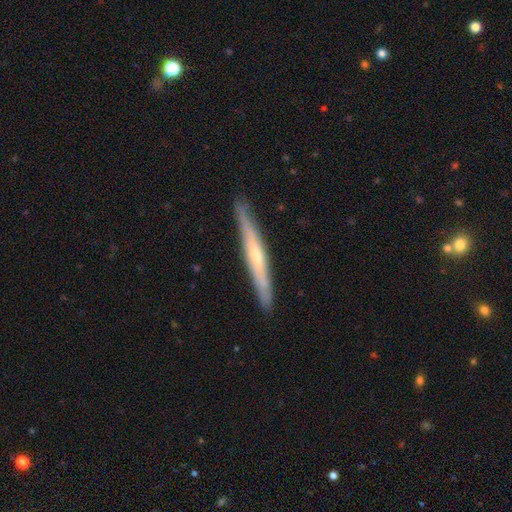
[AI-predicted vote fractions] smooth_or_featured: featured or disk (p=0.62) [alt: smooth p=0.32]
disk_edge_on: yes (p=0.94) [alt: no p=0.06]
edge_on_bulge: rounded (p=0.51) [alt: none p=0.43]
merging: none (p=0.90) [alt: minor disturbance p=0.08]